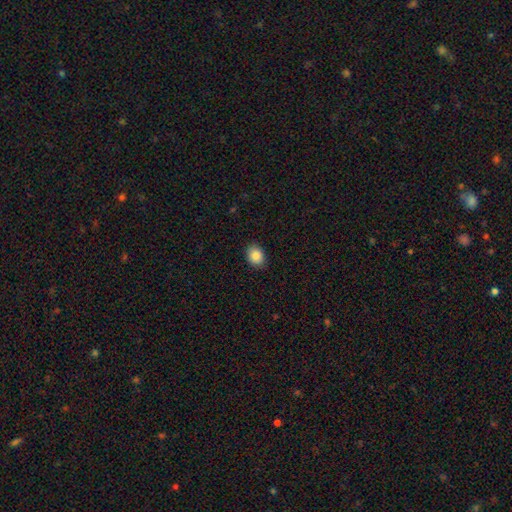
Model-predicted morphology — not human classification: A smooth galaxy with no disk features (87%) that is in between round and cigar-shaped (56%).

Vote fractions:
- Smooth or featured? smooth: 87% / star or artifact: 8% / featured or disk: 4%
- How rounded? in between: 56% / round: 43% / cigar-shaped: 1%
- Merging? none: 89% / minor disturbance: 8% / major disturbance: 2% / merger: 1%